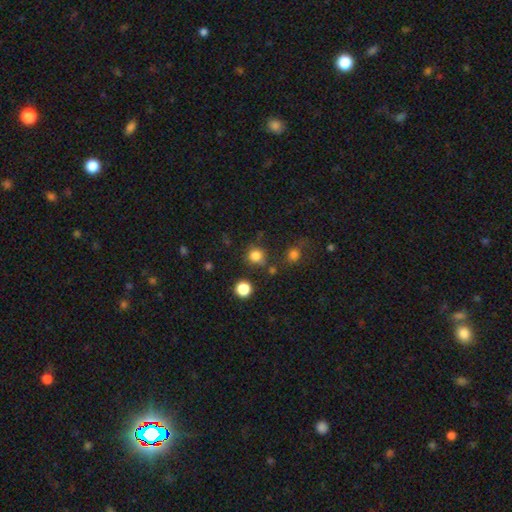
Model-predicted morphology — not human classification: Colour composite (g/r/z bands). It shows a smooth galaxy with no disk features (81%) that is round (88%). Merging: none (74%).